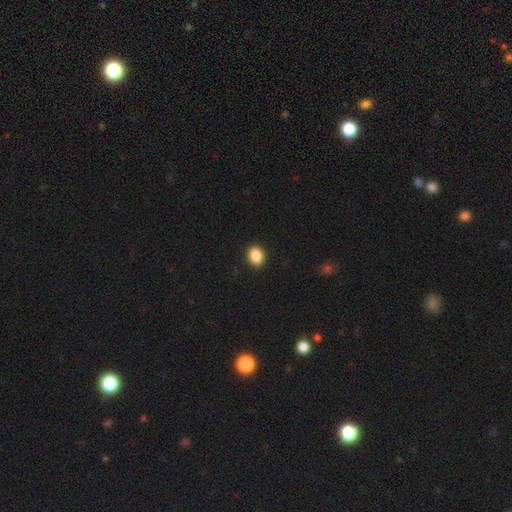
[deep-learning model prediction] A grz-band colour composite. It shows a smooth galaxy with no disk features (88%) that is in between round and cigar-shaped (58%). Merging: none (91%).